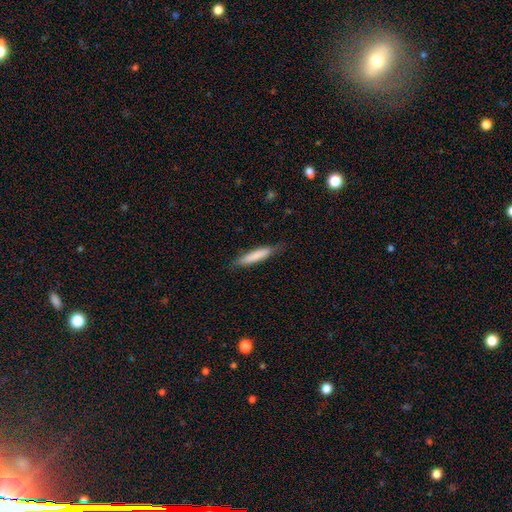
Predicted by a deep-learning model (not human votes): Overall: smooth (79%). How rounded: cigar-shaped (87%). Merging: none (82%).